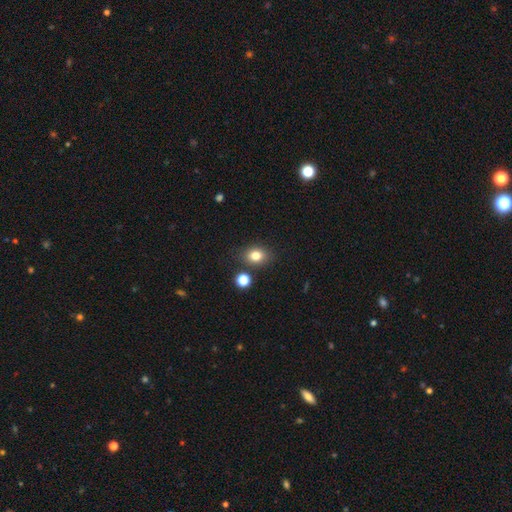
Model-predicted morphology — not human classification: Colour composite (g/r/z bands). It shows a smooth galaxy with no disk features (80%) that is in between round and cigar-shaped (54%). Merging: none (79%).